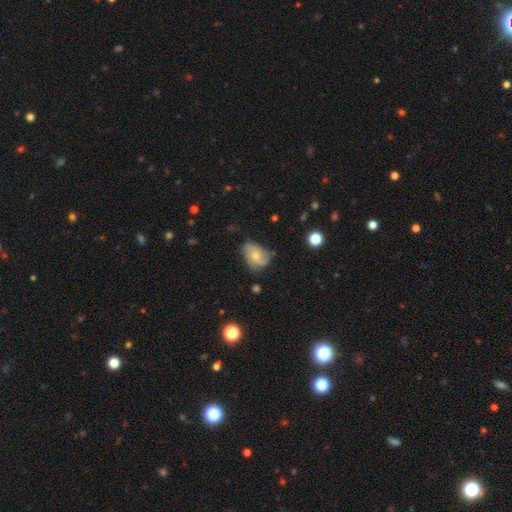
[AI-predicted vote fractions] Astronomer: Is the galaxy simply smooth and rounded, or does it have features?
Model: smooth — 51% (runner-up: featured or disk, 41%).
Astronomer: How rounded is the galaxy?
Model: in between — 68%.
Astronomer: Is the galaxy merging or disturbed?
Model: none — 51% (runner-up: minor disturbance, 35%).